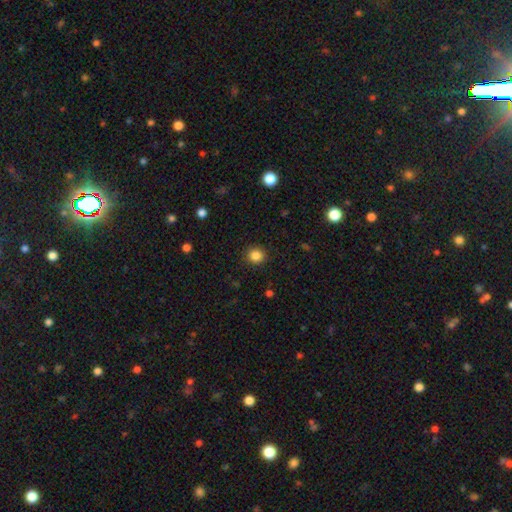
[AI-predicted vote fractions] This appears to be a smooth galaxy with no disk features (85%) that is round (90%). Merging: none (90%).